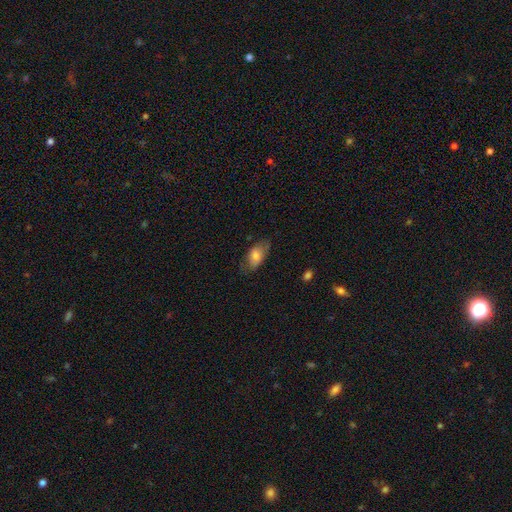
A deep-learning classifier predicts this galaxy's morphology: type=smooth (71%); roundness=in between (90%); merging=none (65%).